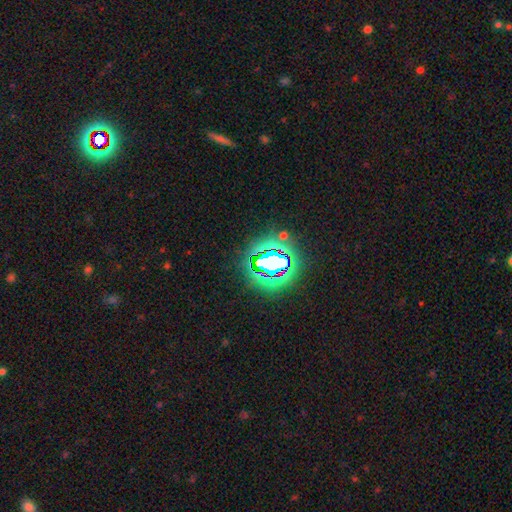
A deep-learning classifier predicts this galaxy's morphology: Smooth or featured? Predicted: star or artifact (p=0.83).